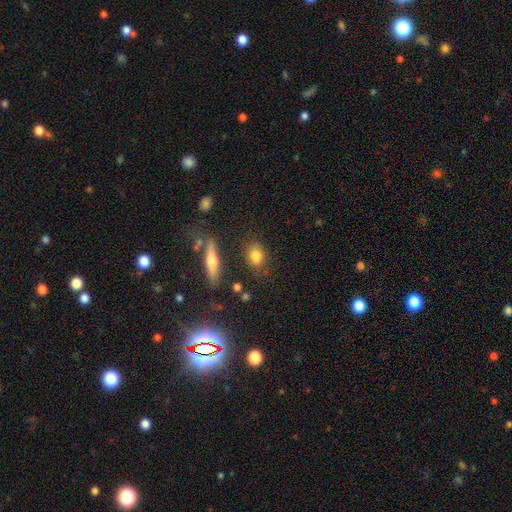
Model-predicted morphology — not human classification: Overall: smooth (77%). How rounded: in between (58%; round 36%). Merging: none (78%).